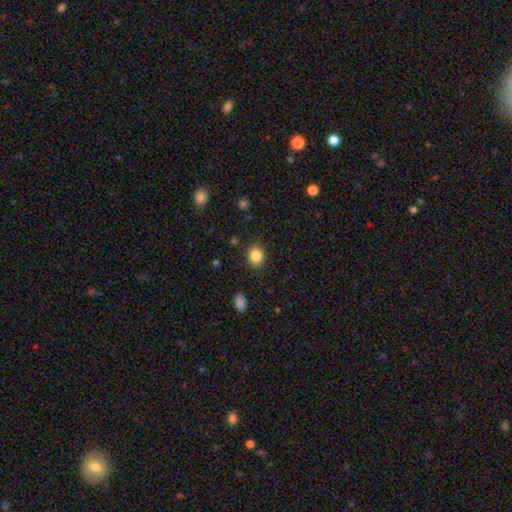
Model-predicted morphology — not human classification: Overall: smooth (85%). How rounded: round (58%; in between 41%). Merging: none (84%).